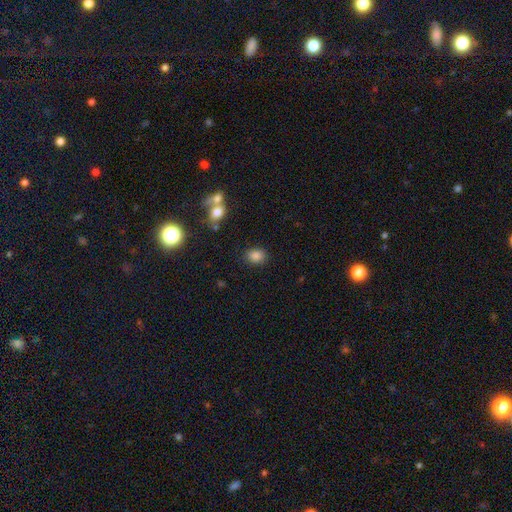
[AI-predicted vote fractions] Smooth or featured: smooth — 84% (star or artifact — 11%)
How rounded: in between — 60% (round — 39%)
Merging: none — 84% (minor disturbance — 10%)